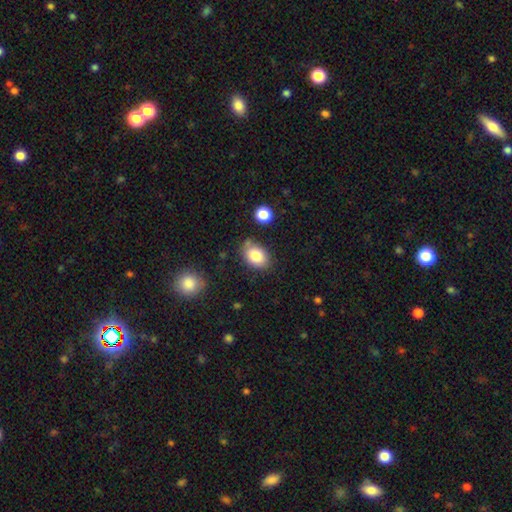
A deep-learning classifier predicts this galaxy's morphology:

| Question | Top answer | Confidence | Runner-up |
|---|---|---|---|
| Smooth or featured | smooth | 82% | featured or disk (9%) |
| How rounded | in between | 78% | round (21%) |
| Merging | none | 71% | minor disturbance (19%) |